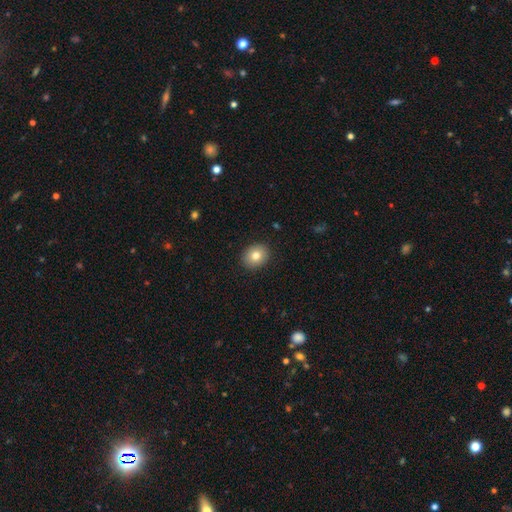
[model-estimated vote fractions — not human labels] Smooth or featured? Predicted: smooth (p=0.79). How rounded? Predicted: round (p=0.60). Merging? Predicted: none (p=0.90).